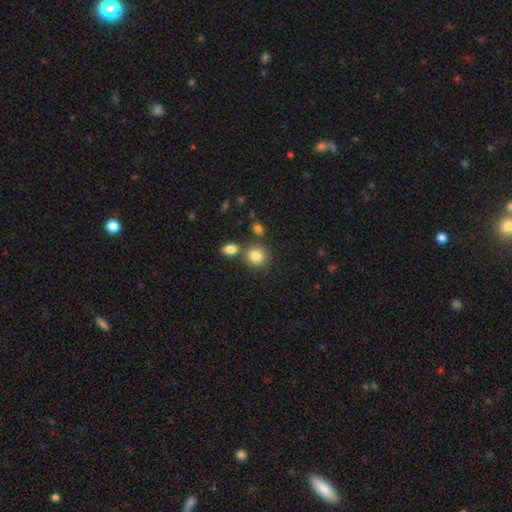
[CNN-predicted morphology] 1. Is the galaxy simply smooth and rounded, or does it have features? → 83% smooth, 10% star or artifact, 7% featured or disk.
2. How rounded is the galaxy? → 82% round, 17% in between, 1% cigar-shaped.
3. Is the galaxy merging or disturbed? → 67% none, 21% merger, 9% minor disturbance, 3% major disturbance.